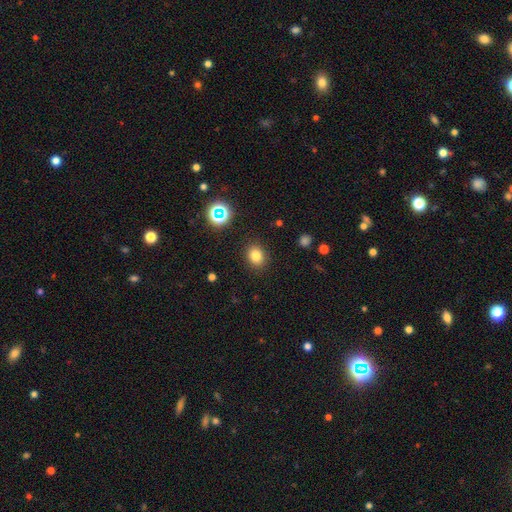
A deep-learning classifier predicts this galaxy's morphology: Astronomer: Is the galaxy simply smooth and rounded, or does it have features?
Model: smooth — 79%.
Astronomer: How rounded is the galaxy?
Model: round — 63%.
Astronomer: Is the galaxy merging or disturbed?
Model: none — 88%.